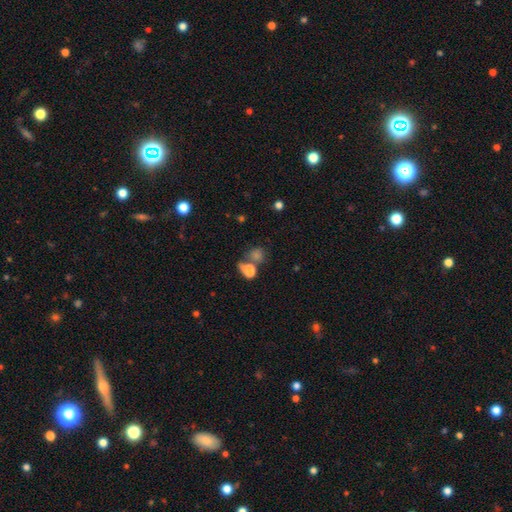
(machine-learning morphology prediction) Smooth or featured? Predicted: smooth (p=0.57). How rounded? Predicted: round (p=0.60). Merging? Predicted: none (p=0.48).